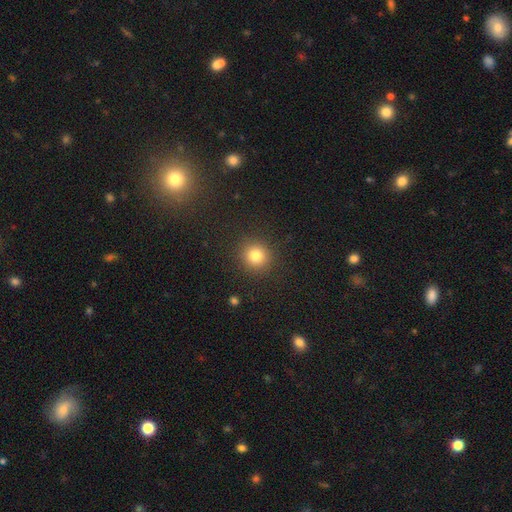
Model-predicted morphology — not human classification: smooth 82%, star or artifact 12%, featured or disk 6%. Down the decision tree: how rounded — round (92%); merging — none (90%).